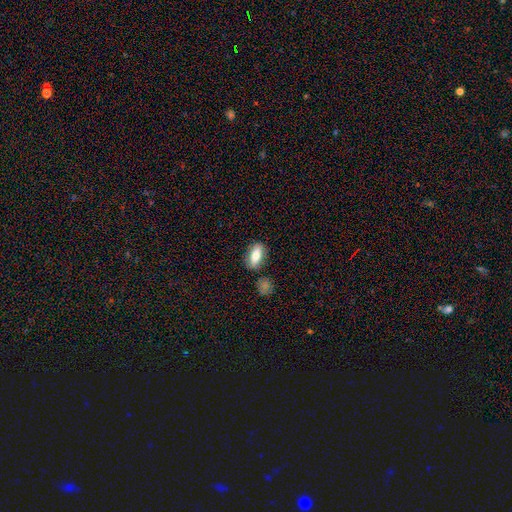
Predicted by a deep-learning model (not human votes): Morphology: type=smooth (73%); roundness=in between (82%); merging=none (81%).